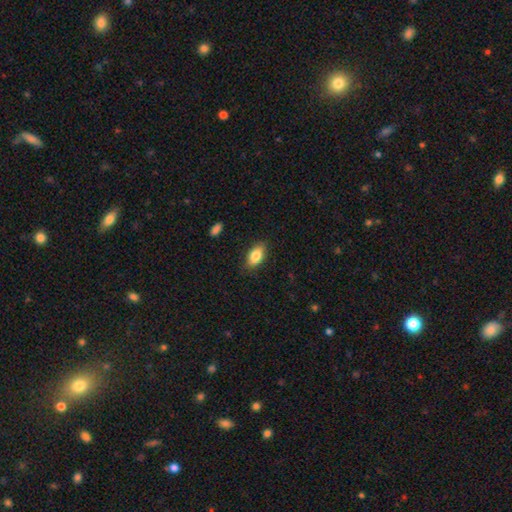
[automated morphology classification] Q: Smooth or featured?
A: smooth (83%); runner-up: featured or disk (9%)
Q: How rounded?
A: in between (90%); runner-up: round (6%)
Q: Merging?
A: none (85%); runner-up: minor disturbance (11%)